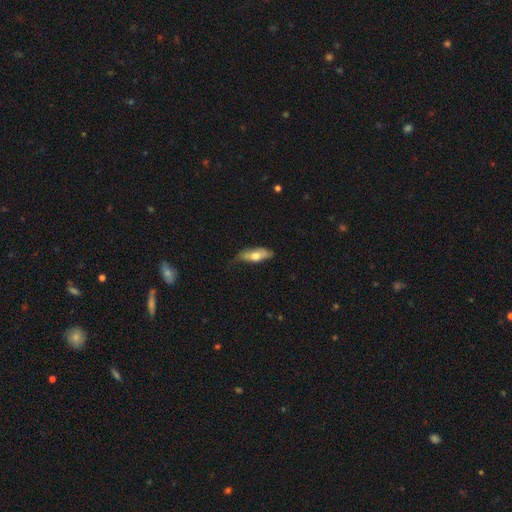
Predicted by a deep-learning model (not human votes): Smooth or featured? Predicted: smooth (p=0.61). How rounded? Predicted: in between (p=0.69). Merging? Predicted: none (p=0.50).